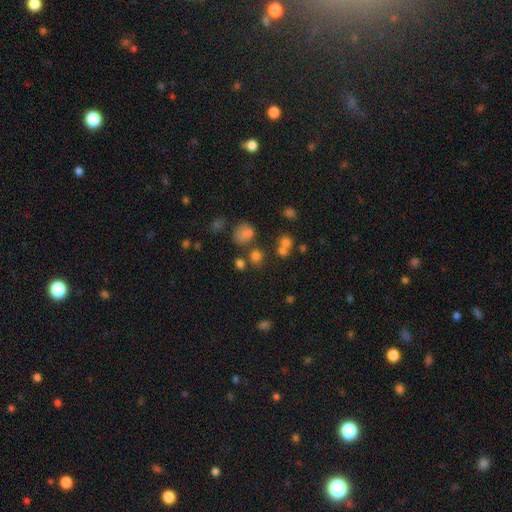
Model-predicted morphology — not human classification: smooth_or_featured: smooth (p=0.67) [alt: star or artifact p=0.24]
how_rounded: round (p=0.78) [alt: in between p=0.20]
merging: none (p=0.65) [alt: merger p=0.20]